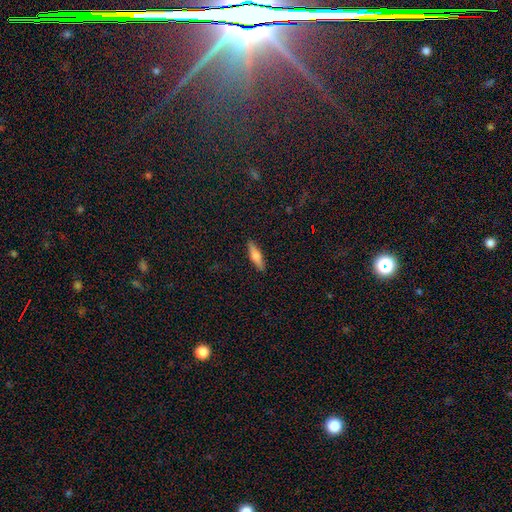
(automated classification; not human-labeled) smooth-or-featured: smooth: 63% | featured or disk: 30% | star or artifact: 7%
  how-rounded: cigar-shaped: 63% | in between: 35% | round: 2%
  merging: none: 89% | minor disturbance: 8% | major disturbance: 2% | merger: 1%